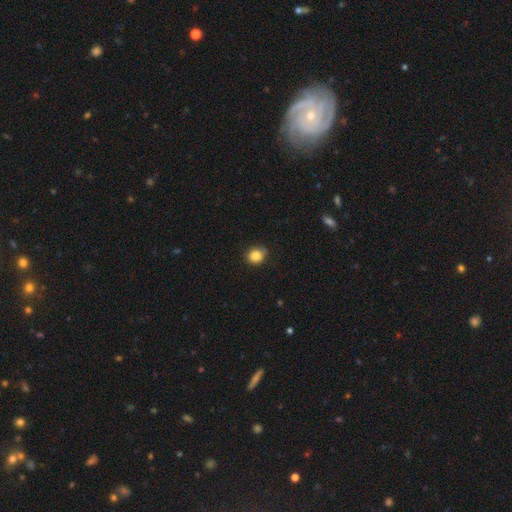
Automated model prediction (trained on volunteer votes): smooth_or_featured: smooth (p=0.84) [alt: star or artifact p=0.10]
how_rounded: round (p=0.81) [alt: in between p=0.18]
merging: none (p=0.77) [alt: minor disturbance p=0.19]